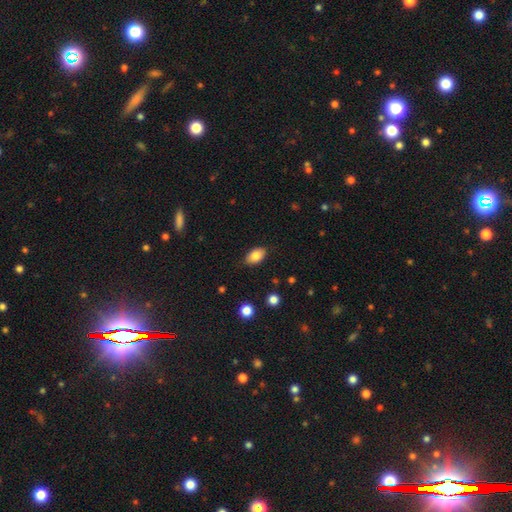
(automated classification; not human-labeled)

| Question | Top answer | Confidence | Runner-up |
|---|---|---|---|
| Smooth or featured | smooth | 84% | featured or disk (8%) |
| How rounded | in between | 91% | round (7%) |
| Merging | none | 83% | minor disturbance (13%) |